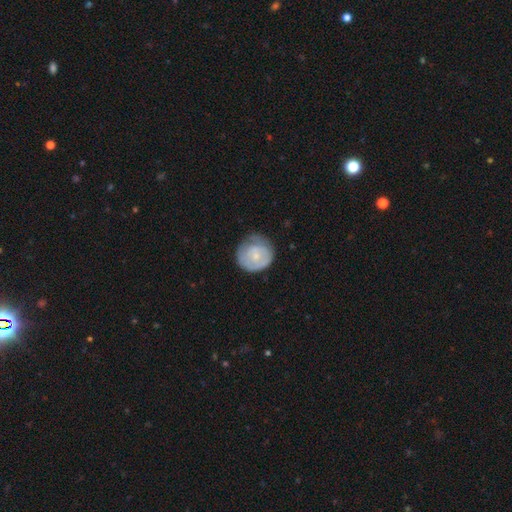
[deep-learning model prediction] This appears to be a smooth galaxy with no disk features (57%) that is round (86%). Merging: none (50%).